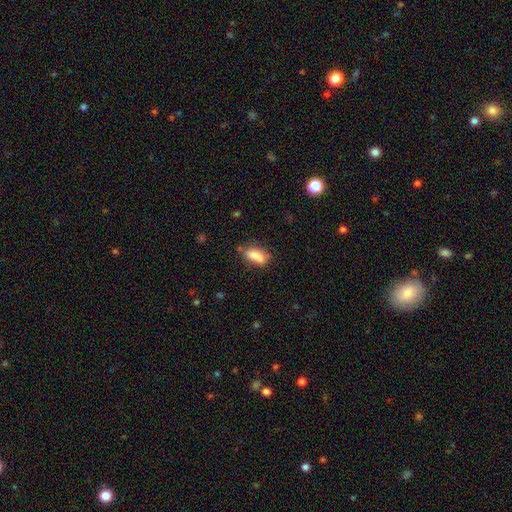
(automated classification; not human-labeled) Overall: smooth (82%). How rounded: in between (82%). Merging: none (65%).